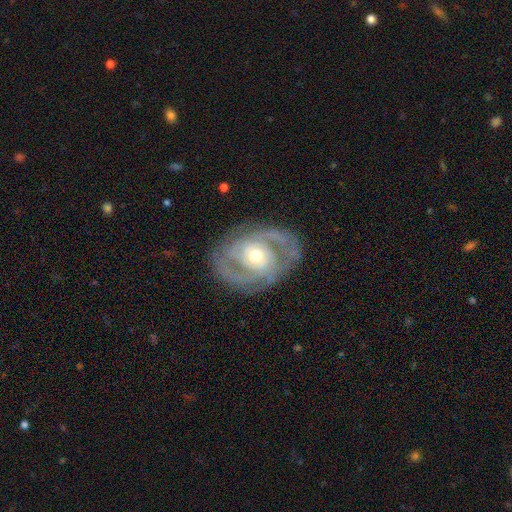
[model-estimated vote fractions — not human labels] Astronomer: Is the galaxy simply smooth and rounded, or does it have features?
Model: featured or disk — 87%.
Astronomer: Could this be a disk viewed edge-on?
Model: no — 97%.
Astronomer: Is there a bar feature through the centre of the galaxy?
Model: no — 63%.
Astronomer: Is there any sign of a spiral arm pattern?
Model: yes — 93%.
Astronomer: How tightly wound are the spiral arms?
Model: tight — 50% (runner-up: medium, 40%).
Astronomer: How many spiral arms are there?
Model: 2 — 59%.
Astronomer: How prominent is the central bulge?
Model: moderate — 67%.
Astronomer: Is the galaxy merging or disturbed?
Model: none — 77%.